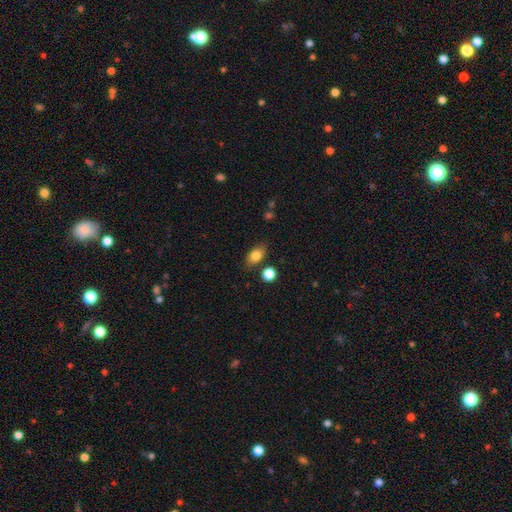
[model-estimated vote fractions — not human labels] Overall: smooth (81%). How rounded: in between (81%). Merging: none (79%).